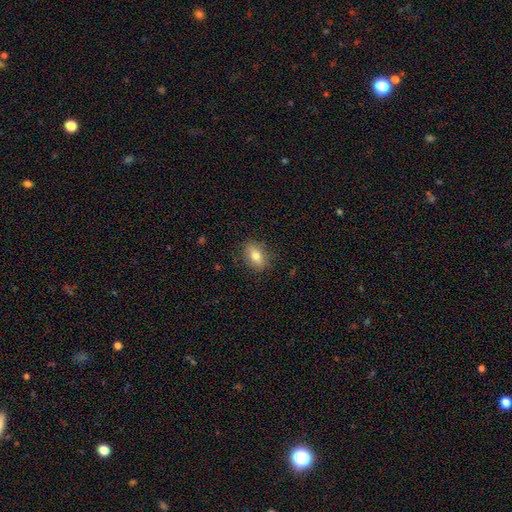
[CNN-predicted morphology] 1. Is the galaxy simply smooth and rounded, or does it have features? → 74% smooth, 17% featured or disk, 9% star or artifact.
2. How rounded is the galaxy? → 79% in between, 18% round, 4% cigar-shaped.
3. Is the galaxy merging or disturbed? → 83% none, 13% minor disturbance, 3% major disturbance, 1% merger.